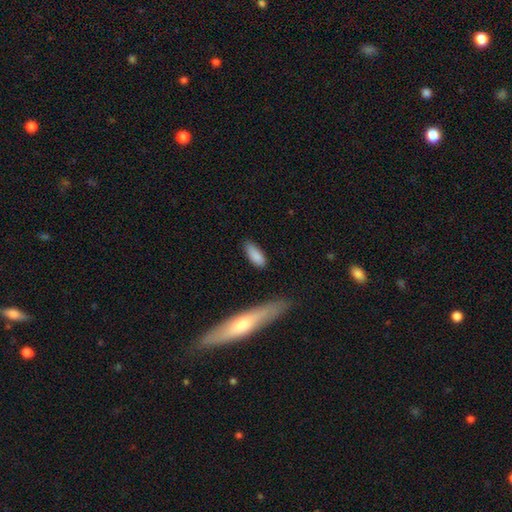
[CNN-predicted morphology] A smooth galaxy with no disk features (86%) that is in between round and cigar-shaped (70%).

Vote fractions:
- Smooth or featured? smooth: 86% / featured or disk: 7% / star or artifact: 6%
- How rounded? in between: 70% / cigar-shaped: 27% / round: 2%
- Merging? none: 77% / minor disturbance: 17% / major disturbance: 4% / merger: 3%